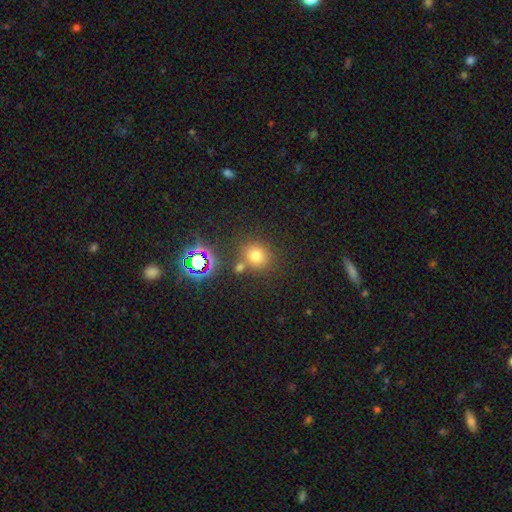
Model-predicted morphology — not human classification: A smooth galaxy with no disk features (70%) that is round (83%).

Vote fractions:
- Smooth or featured? smooth: 70% / star or artifact: 22% / featured or disk: 7%
- How rounded? round: 83% / in between: 16% / cigar-shaped: 1%
- Merging? none: 71% / merger: 15% / minor disturbance: 10% / major disturbance: 4%